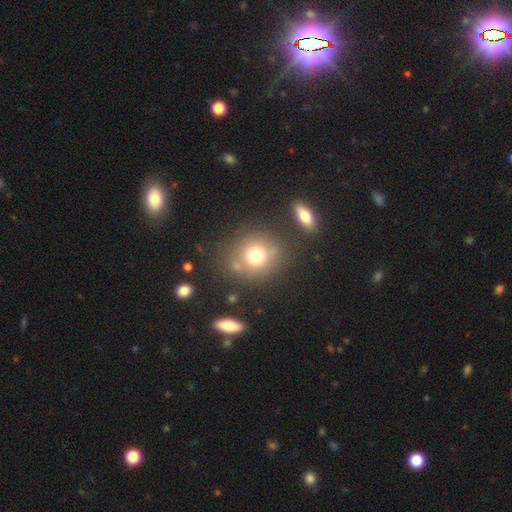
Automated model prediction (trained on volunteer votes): Smooth or featured: smooth — 73% (featured or disk — 14%)
How rounded: round — 83% (in between — 16%)
Merging: none — 72% (minor disturbance — 12%)